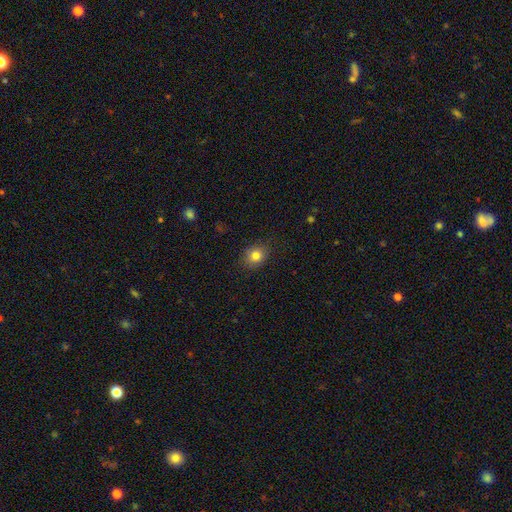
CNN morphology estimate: This appears to be a smooth galaxy with no disk features (82%) that is round (66%). Merging: none (85%).